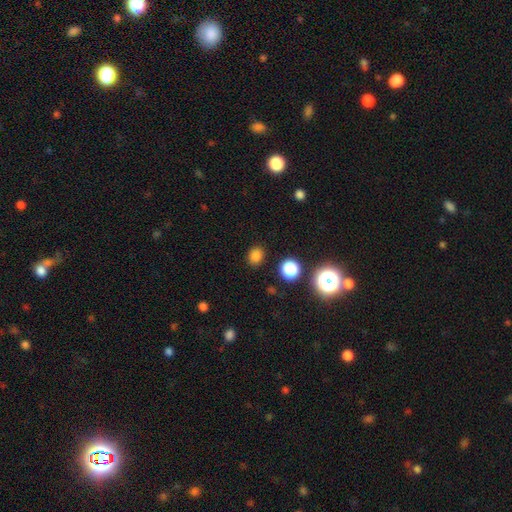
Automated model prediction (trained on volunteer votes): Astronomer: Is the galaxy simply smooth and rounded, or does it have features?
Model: smooth — 80%.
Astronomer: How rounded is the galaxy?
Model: round — 58% (runner-up: in between, 40%).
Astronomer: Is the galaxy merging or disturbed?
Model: none — 87%.